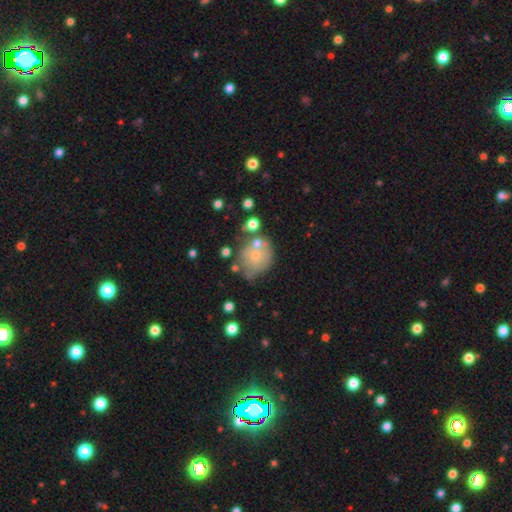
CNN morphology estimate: type=smooth (63%); roundness=round (75%); merging=none (48%).